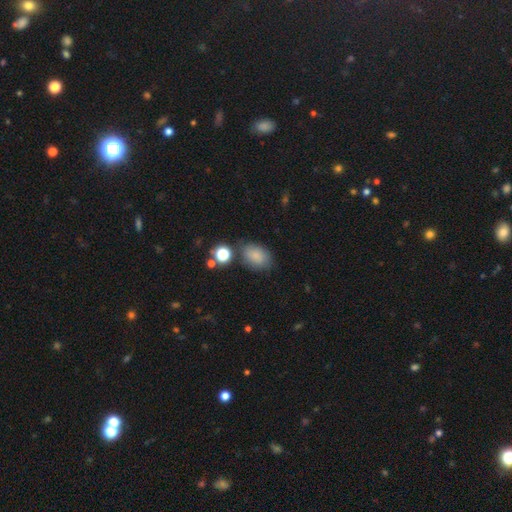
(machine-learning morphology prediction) The model was most divided on "merging": none: 72%, minor disturbance: 17%, merger: 6%, major disturbance: 5%. More confident: how rounded — in between (83%); smooth or featured — smooth (83%).